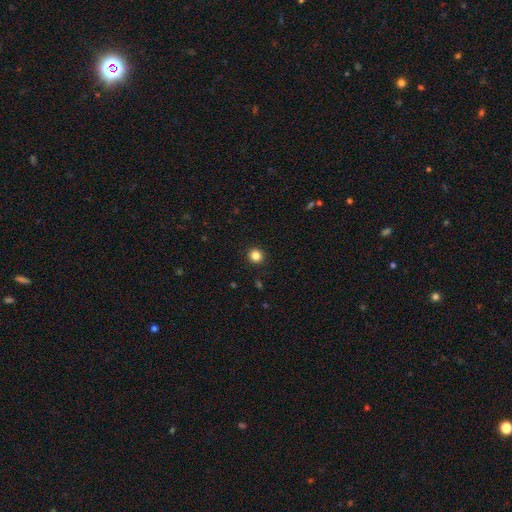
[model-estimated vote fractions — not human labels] Smooth or featured: smooth — 85% (star or artifact — 11%)
How rounded: round — 92% (in between — 7%)
Merging: none — 93% (minor disturbance — 4%)